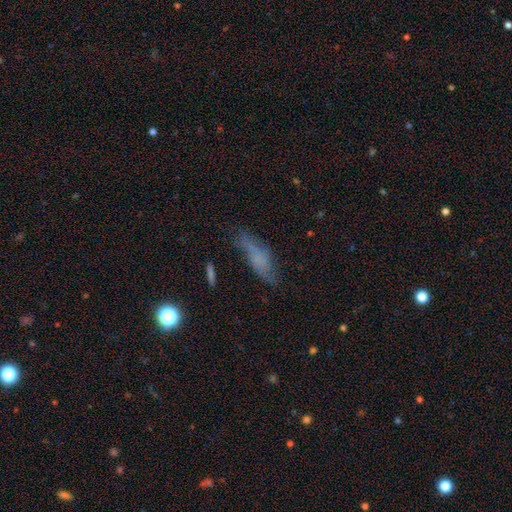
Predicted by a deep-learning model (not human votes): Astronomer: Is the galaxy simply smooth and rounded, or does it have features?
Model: smooth — 49% (runner-up: featured or disk, 37%).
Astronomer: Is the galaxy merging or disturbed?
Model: none — 56%.